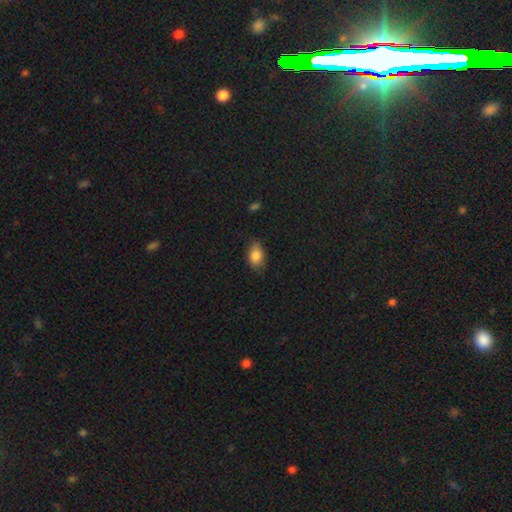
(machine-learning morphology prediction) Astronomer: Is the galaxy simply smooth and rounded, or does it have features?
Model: smooth — 85%.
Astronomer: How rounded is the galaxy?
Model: in between — 86%.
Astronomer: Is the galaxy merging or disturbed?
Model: none — 75%.